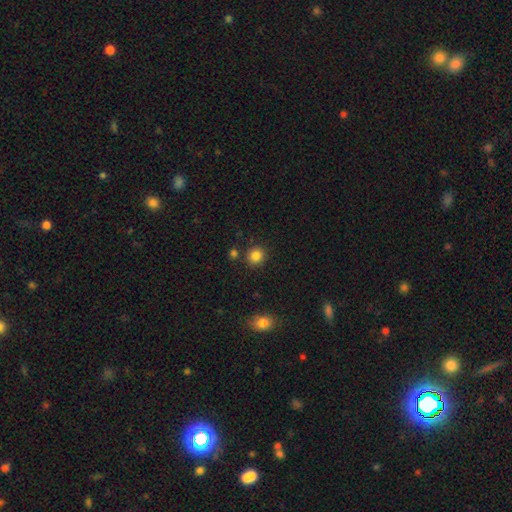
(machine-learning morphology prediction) A smooth galaxy with no disk features (84%) that is round (89%).

Vote fractions:
- Smooth or featured? smooth: 84% / star or artifact: 11% / featured or disk: 4%
- How rounded? round: 89% / in between: 10% / cigar-shaped: 1%
- Merging? none: 85% / minor disturbance: 7% / merger: 5% / major disturbance: 2%